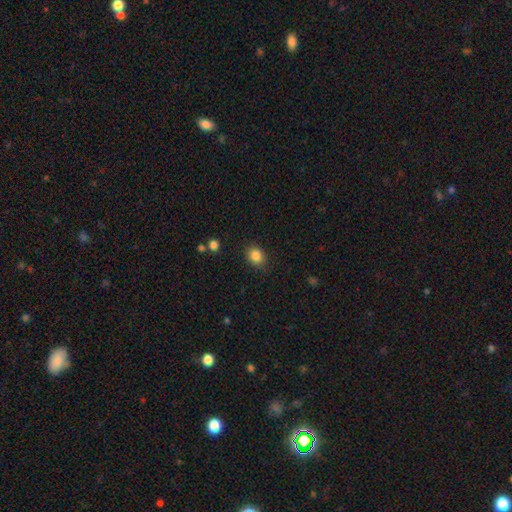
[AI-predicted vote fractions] The model was most divided on "how rounded": round: 57%, in between: 42%, cigar-shaped: 1%. More confident: smooth or featured — smooth (85%); merging — none (84%).